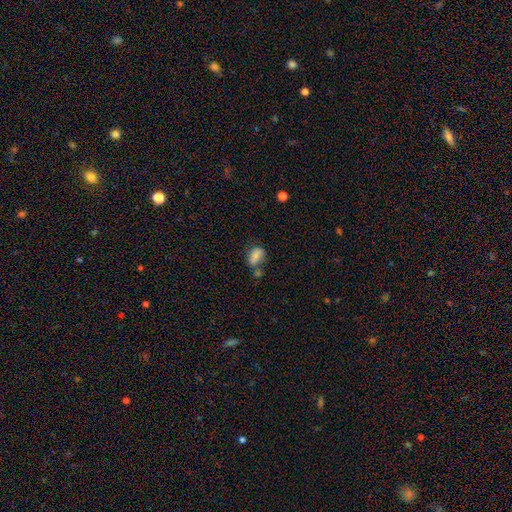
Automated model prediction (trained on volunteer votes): smooth 79%, featured or disk 11%, star or artifact 9%. Down the decision tree: how rounded — in between (86%); merging — none (48%).